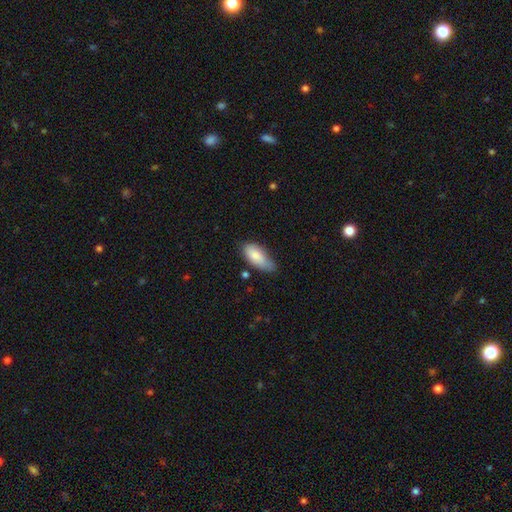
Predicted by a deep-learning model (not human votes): This is clearly a smooth galaxy (84%). How rounded: clearly in between (87%). Merging: possibly none (52%).